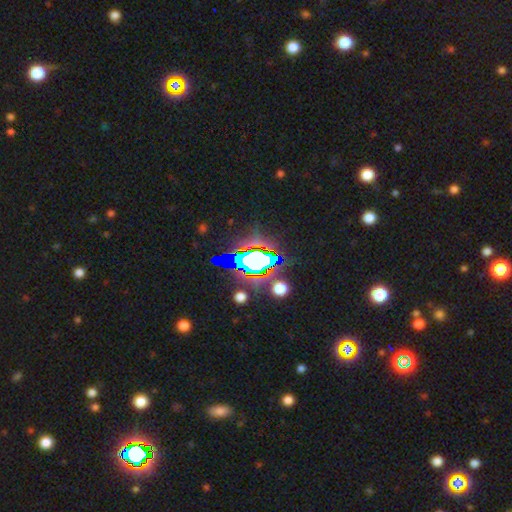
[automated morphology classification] Overall: star or artifact (65%).